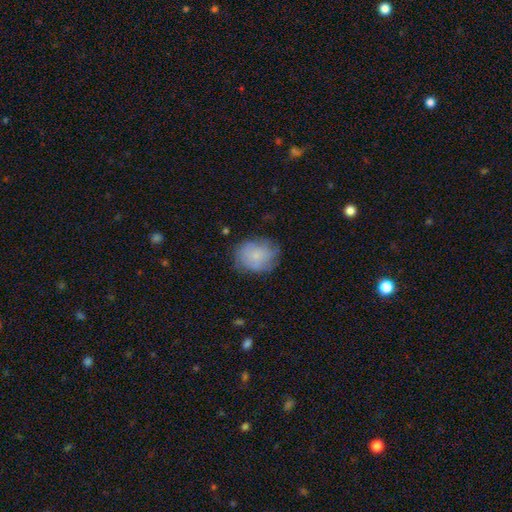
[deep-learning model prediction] smooth_or_featured: smooth (p=0.68) [alt: featured or disk p=0.24]
how_rounded: round (p=0.57) [alt: in between p=0.42]
merging: none (p=0.66) [alt: minor disturbance p=0.24]